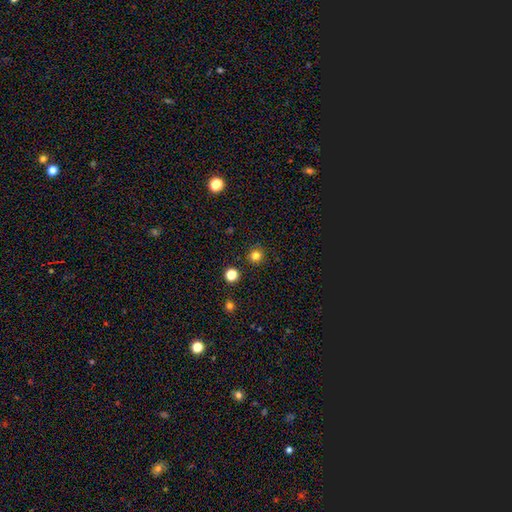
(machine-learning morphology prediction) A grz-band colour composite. It shows a smooth galaxy with no disk features (80%) that is round (94%). Merging: none (89%).